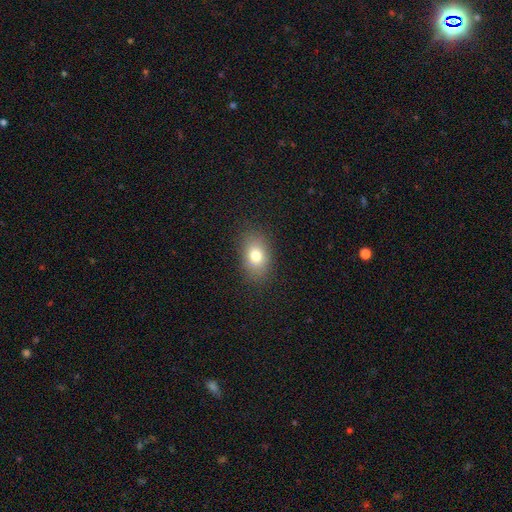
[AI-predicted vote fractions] A smooth galaxy with no disk features (78%) that is in between round and cigar-shaped (79%). Merging: none (85%).